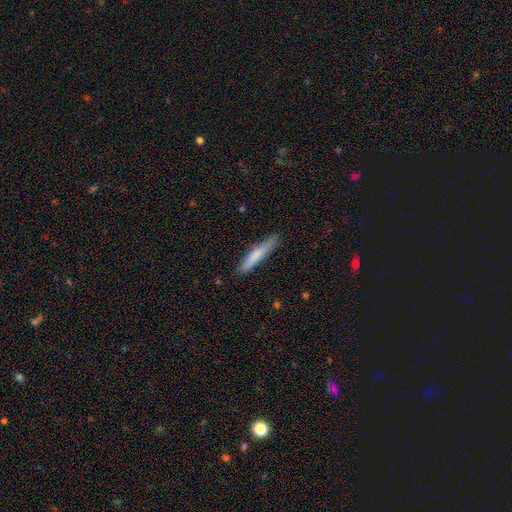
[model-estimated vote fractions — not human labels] Smooth or featured? smooth (74%)
How rounded? cigar-shaped (92%)
Merging? none (85%)